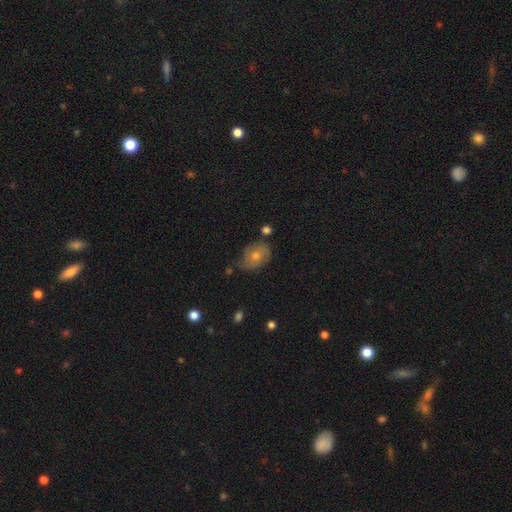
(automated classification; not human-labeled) Morphology: type=smooth (45%); merging=none (67%).